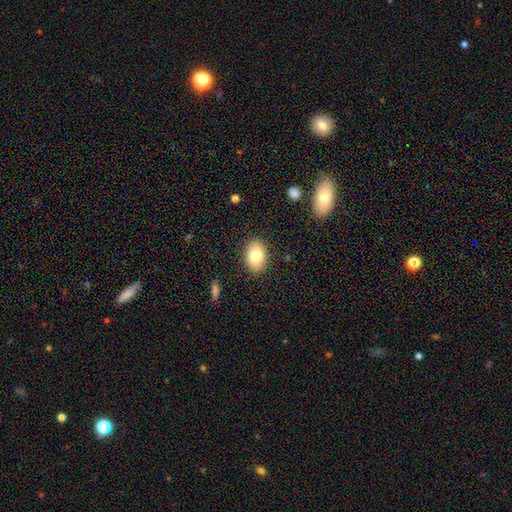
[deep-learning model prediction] Morphology: type=smooth (80%); roundness=in between (84%); merging=none (87%).